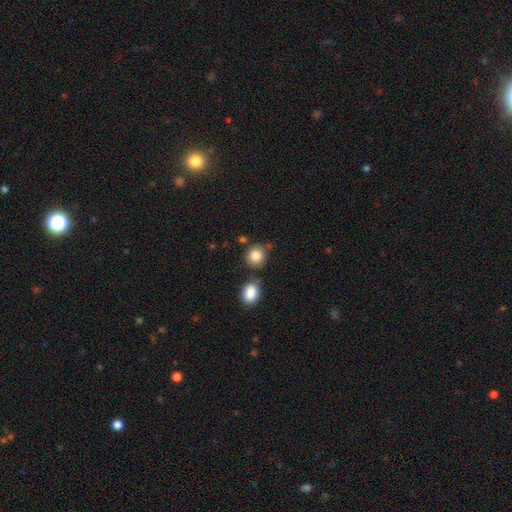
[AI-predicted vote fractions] smooth_or_featured: smooth (p=0.85) [alt: star or artifact p=0.09]
how_rounded: round (p=0.82) [alt: in between p=0.17]
merging: none (p=0.68) [alt: merger p=0.14]